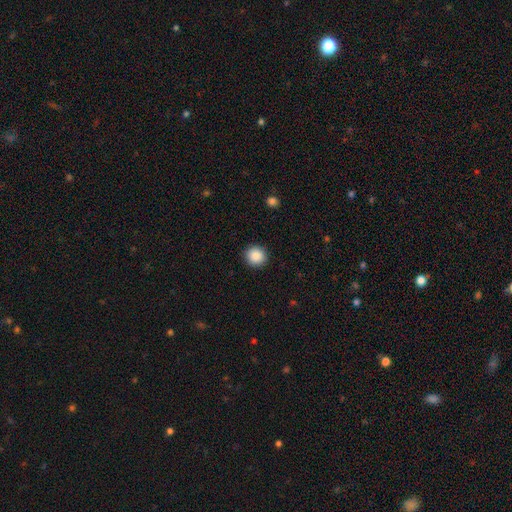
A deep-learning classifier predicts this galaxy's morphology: A smooth galaxy with no disk features (87%) that is round (93%).

Vote fractions:
- Smooth or featured? smooth: 87% / star or artifact: 9% / featured or disk: 4%
- How rounded? round: 93% / in between: 6% / cigar-shaped: 1%
- Merging? none: 92% / minor disturbance: 5% / major disturbance: 2% / merger: 1%